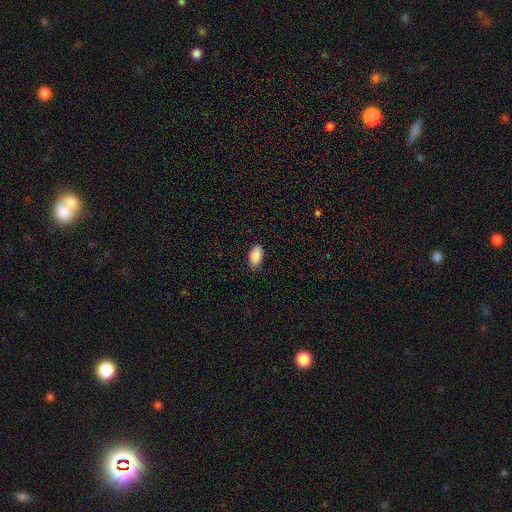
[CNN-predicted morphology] A smooth galaxy with no disk features (90%) that is in between round and cigar-shaped (94%). Merging: none (83%).